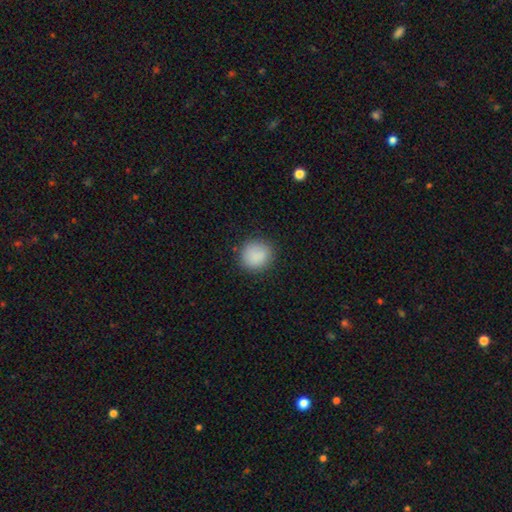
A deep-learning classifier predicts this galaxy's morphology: A smooth galaxy with no disk features (88%) that is round (87%). Merging: none (85%).